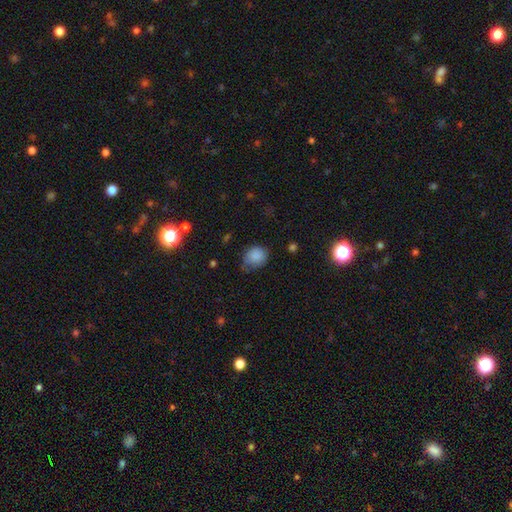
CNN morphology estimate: Q: Smooth or featured?
A: smooth (84%); runner-up: star or artifact (10%)
Q: How rounded?
A: round (62%); runner-up: in between (37%)
Q: Merging?
A: none (49%); runner-up: minor disturbance (39%)